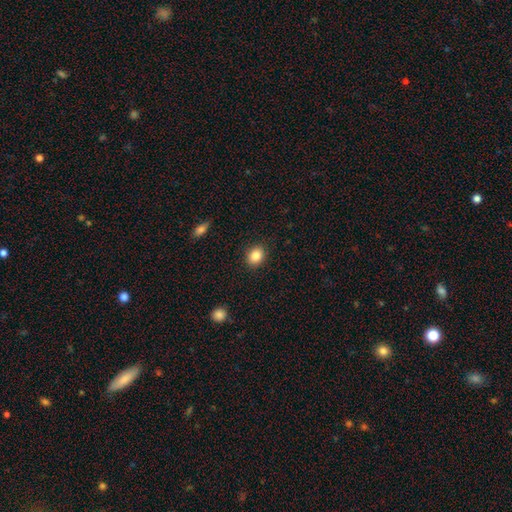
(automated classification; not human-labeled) The model was most divided on "how rounded": round: 54%, in between: 45%, cigar-shaped: 1%. More confident: merging — none (89%); smooth or featured — smooth (86%).